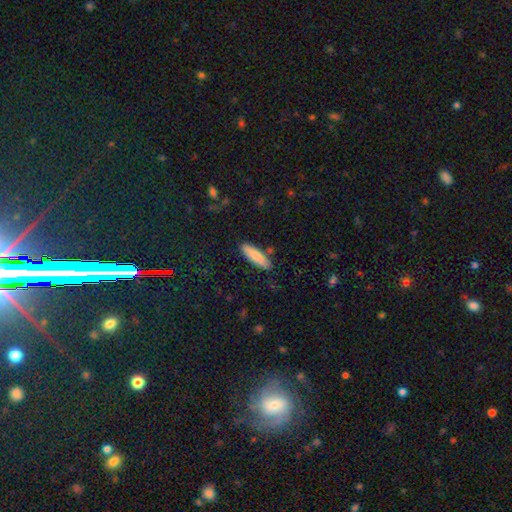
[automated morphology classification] Overall: smooth (82%). How rounded: cigar-shaped (60%; in between 38%). Merging: none (84%).